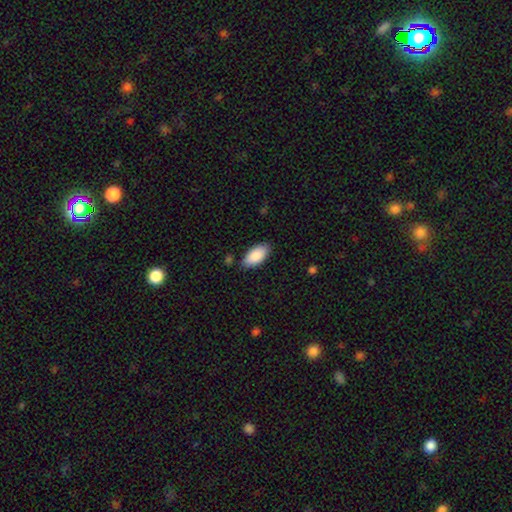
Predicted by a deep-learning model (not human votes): A smooth galaxy with no disk features (88%) that is in between round and cigar-shaped (93%).

Vote fractions:
- Smooth or featured? smooth: 88% / star or artifact: 6% / featured or disk: 6%
- How rounded? in between: 93% / cigar-shaped: 5% / round: 2%
- Merging? none: 83% / minor disturbance: 13% / major disturbance: 2% / merger: 2%